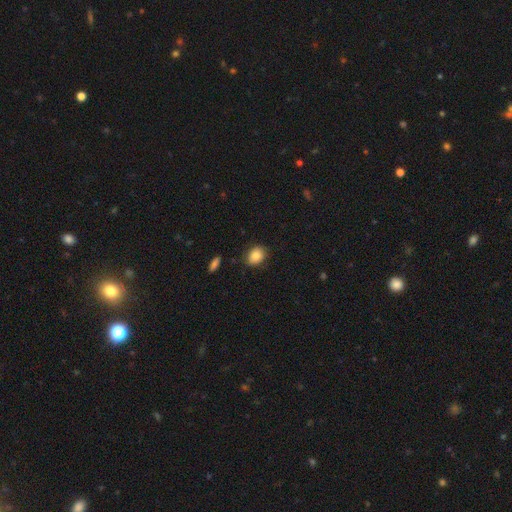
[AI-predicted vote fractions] Smooth or featured?
  - smooth: 84% *
  - star or artifact: 8%
  - featured or disk: 7%
How rounded?
  - in between: 61% *
  - round: 37%
  - cigar-shaped: 1%
Merging?
  - none: 84% *
  - minor disturbance: 12%
  - major disturbance: 2%
  - merger: 2%